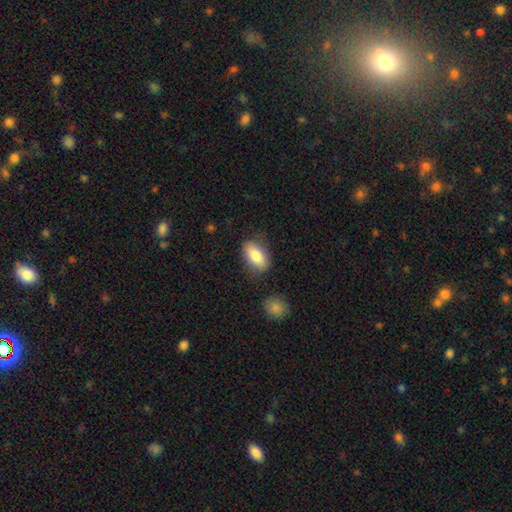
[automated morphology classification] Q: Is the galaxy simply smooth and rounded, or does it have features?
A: smooth — 79%.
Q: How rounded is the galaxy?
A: in between — 89%.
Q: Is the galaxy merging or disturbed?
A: none — 77%.